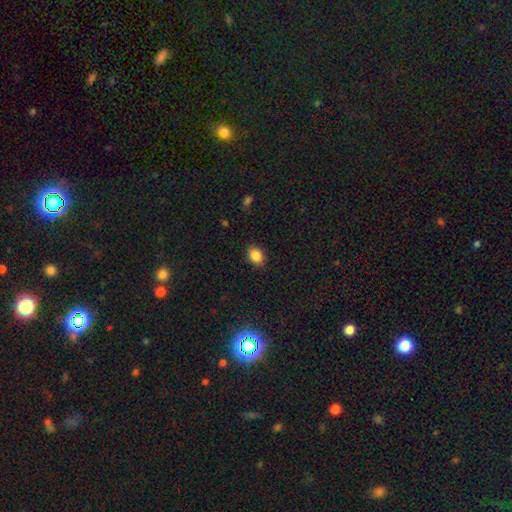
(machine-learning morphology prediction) This appears to be a smooth galaxy with no disk features (86%) that is in between round and cigar-shaped (71%). Merging: none (86%).